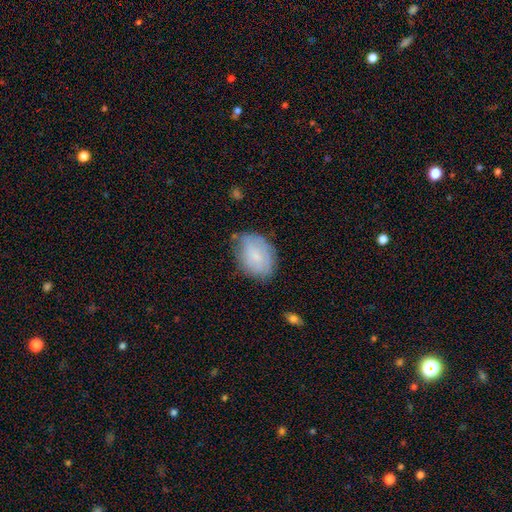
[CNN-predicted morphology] A smooth galaxy with no disk features (55%) that is in between round and cigar-shaped (76%). Merging: none (69%).